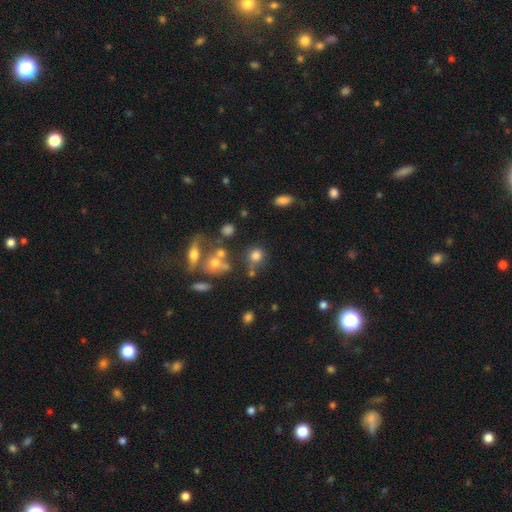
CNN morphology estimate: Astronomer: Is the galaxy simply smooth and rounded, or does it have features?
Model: smooth — 74%.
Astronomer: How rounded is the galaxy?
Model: round — 78%.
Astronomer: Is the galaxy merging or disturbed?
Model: none — 57%.